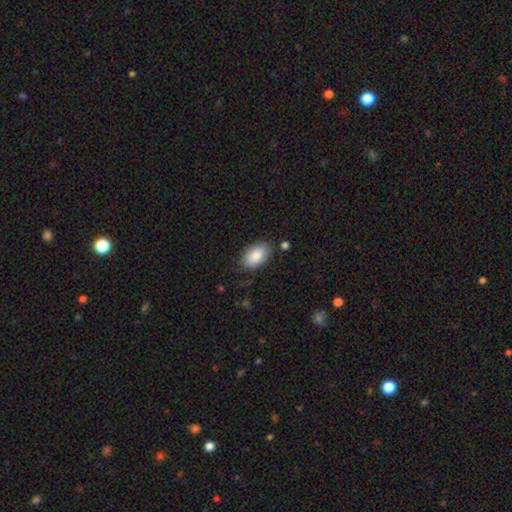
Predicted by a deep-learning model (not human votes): Smooth or featured?
  - smooth: 85% *
  - featured or disk: 8%
  - star or artifact: 7%
How rounded?
  - in between: 93% *
  - round: 6%
  - cigar-shaped: 1%
Merging?
  - none: 79% *
  - minor disturbance: 15%
  - major disturbance: 4%
  - merger: 3%